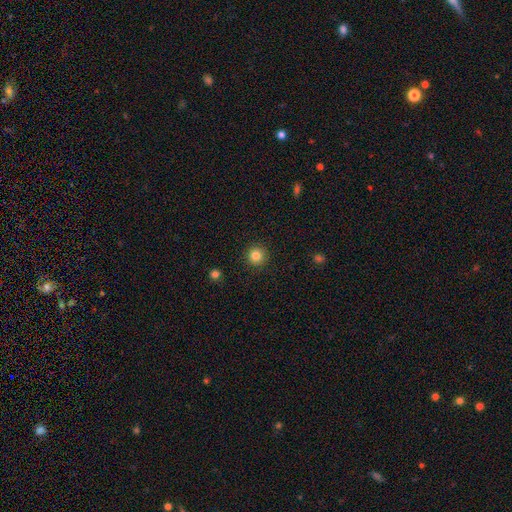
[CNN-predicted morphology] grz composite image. It shows a smooth galaxy with no disk features (84%) that is round (95%). Merging: none (92%).